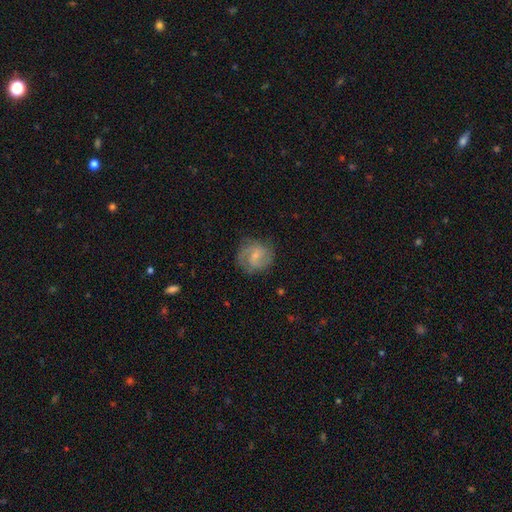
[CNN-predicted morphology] A featured or disk galaxy (67%) with a weak bar (53%), 2 (65%) medium (49%) spiral arms (91%) and a small central bulge (66%).

Vote fractions:
- Smooth or featured? featured or disk: 67% / smooth: 26% / star or artifact: 7%
- Edge-on disk? no: 98% / yes: 2%
- Bar? weak: 53% / no: 35% / strong: 12%
- Spiral arms? yes: 91% / no: 9%
- Spiral winding? medium: 49% / tight: 30% / loose: 22%
- Spiral arm count? 2: 65% / can't tell: 15% / 3: 11% / 1: 5% / 4: 2% / more than 4: 2%
- Bulge size? small: 66% / moderate: 23% / none: 8% / large: 1% / dominant: 1%
- Merging? none: 72% / minor disturbance: 19% / major disturbance: 8% / merger: 1%